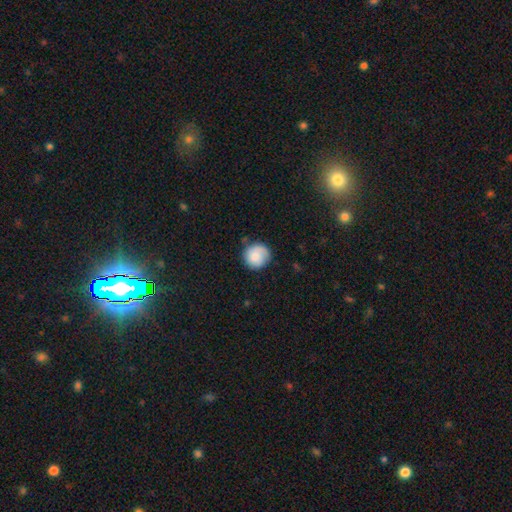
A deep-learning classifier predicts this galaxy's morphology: This is likely a smooth galaxy (76%). How rounded: clearly round (91%). Merging: likely none (73%).